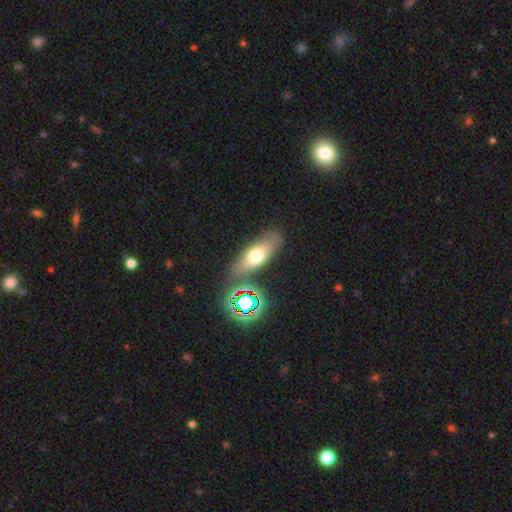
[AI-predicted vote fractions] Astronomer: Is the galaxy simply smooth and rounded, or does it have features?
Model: smooth — 60%.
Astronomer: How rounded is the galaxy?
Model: in between — 67%.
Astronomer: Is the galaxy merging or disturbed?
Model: none — 74%.